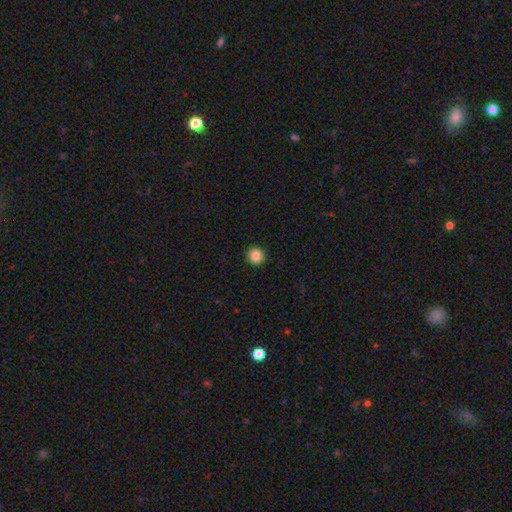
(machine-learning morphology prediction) Smooth or featured?
  - smooth: 86% *
  - star or artifact: 10%
  - featured or disk: 5%
How rounded?
  - round: 94% *
  - in between: 5%
  - cigar-shaped: 1%
Merging?
  - none: 92% *
  - minor disturbance: 5%
  - major disturbance: 2%
  - merger: 1%